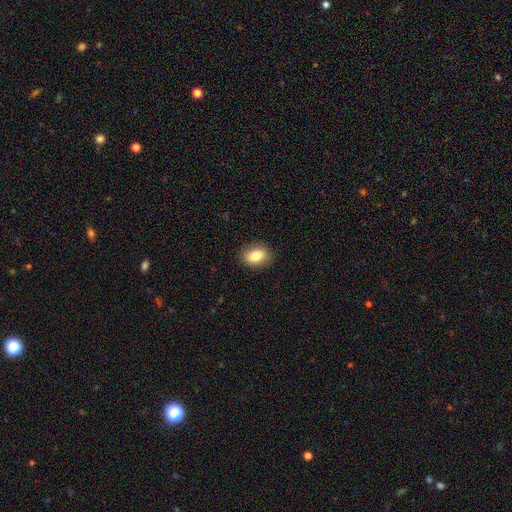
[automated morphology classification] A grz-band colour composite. It shows a smooth galaxy with no disk features (82%) that is in between round and cigar-shaped (76%). Merging: none (88%).